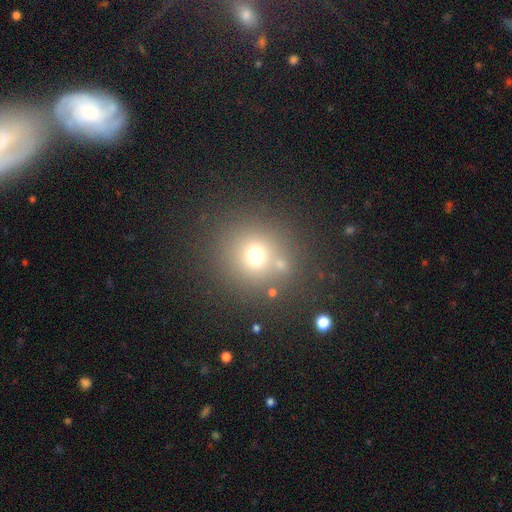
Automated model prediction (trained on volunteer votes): A smooth galaxy with no disk features (67%) that is round (90%).

Vote fractions:
- Smooth or featured? smooth: 67% / star or artifact: 21% / featured or disk: 11%
- How rounded? round: 90% / in between: 9% / cigar-shaped: 1%
- Merging? none: 77% / minor disturbance: 9% / merger: 9% / major disturbance: 5%